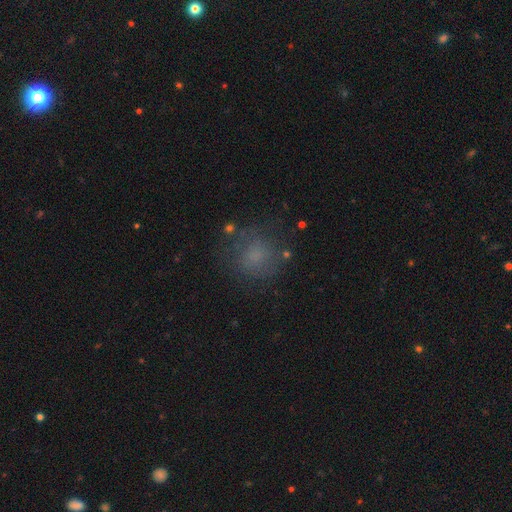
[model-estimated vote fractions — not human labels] smooth-or-featured: smooth: 67% | star or artifact: 17% | featured or disk: 16%
  how-rounded: round: 84% | in between: 15% | cigar-shaped: 1%
  merging: none: 71% | minor disturbance: 16% | major disturbance: 10% | merger: 3%